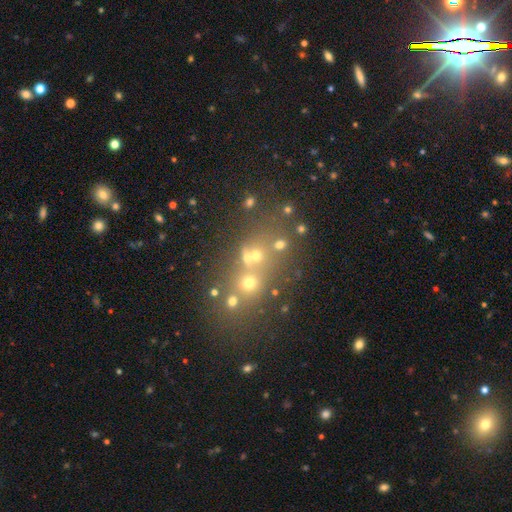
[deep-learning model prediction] Smooth or featured: smooth — 52% (star or artifact — 33%)
How rounded: round — 70% (in between — 27%)
Merging: none — 54% (merger — 29%)